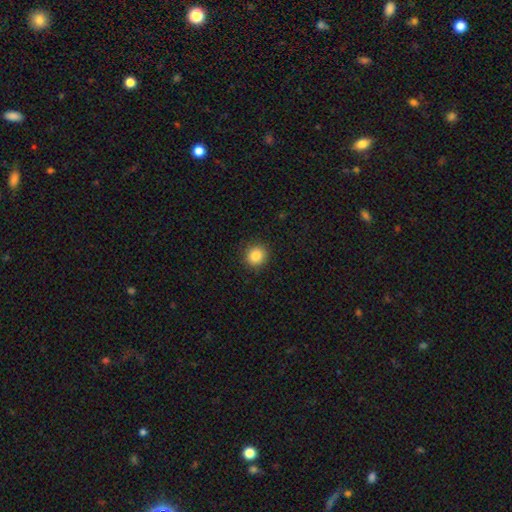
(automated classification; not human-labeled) Overall: smooth (86%). How rounded: round (90%). Merging: none (91%).